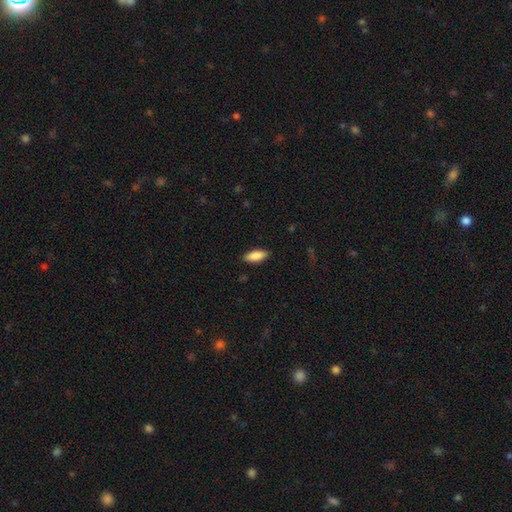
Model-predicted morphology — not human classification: The model was most divided on "how rounded": in between: 75%, cigar-shaped: 23%, round: 2%. More confident: merging — none (88%); smooth or featured — smooth (87%).